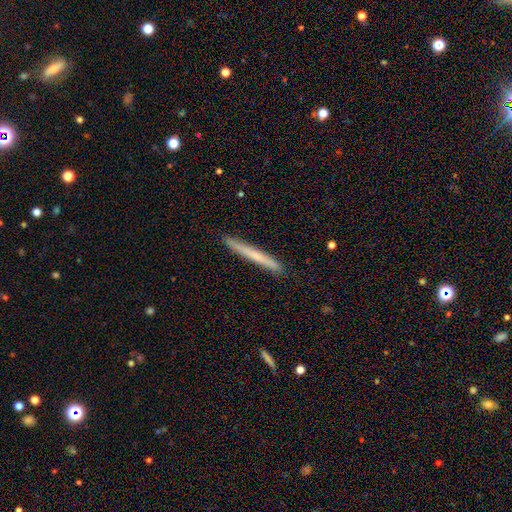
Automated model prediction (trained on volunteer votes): This appears to be a smooth galaxy with no disk features (59%) that is cigar-shaped (97%). Merging: none (90%).